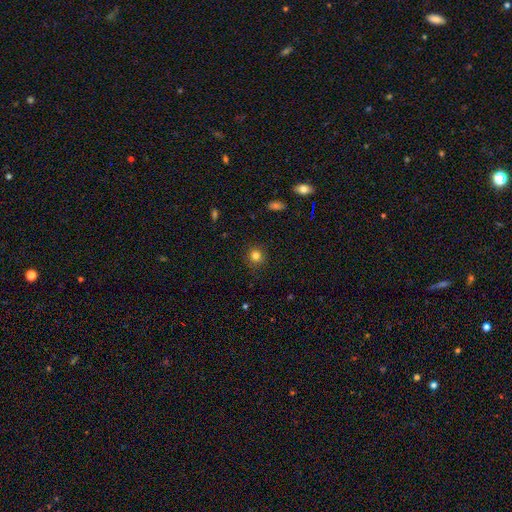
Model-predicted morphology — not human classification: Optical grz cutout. It shows a smooth galaxy with no disk features (81%) that is round (91%). Merging: none (88%).